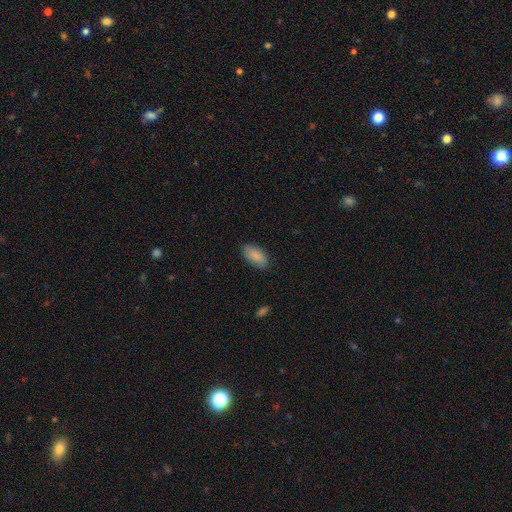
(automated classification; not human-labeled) smooth-or-featured: smooth: 88% | star or artifact: 6% | featured or disk: 6%
  how-rounded: in between: 92% | cigar-shaped: 5% | round: 2%
  merging: none: 84% | minor disturbance: 12% | major disturbance: 3% | merger: 1%